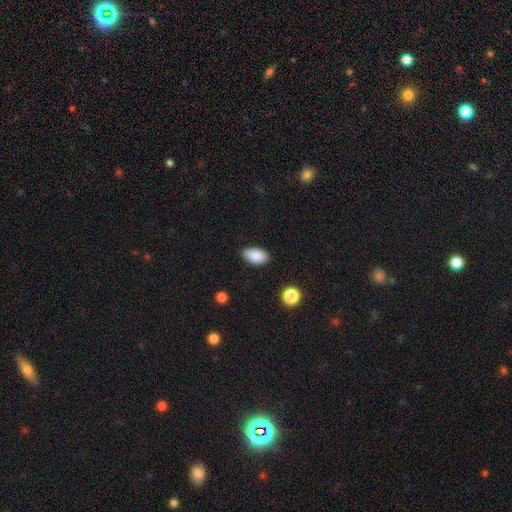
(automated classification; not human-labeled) Q: Smooth or featured?
A: smooth (88%); runner-up: star or artifact (8%)
Q: How rounded?
A: in between (94%); runner-up: round (4%)
Q: Merging?
A: none (83%); runner-up: minor disturbance (13%)